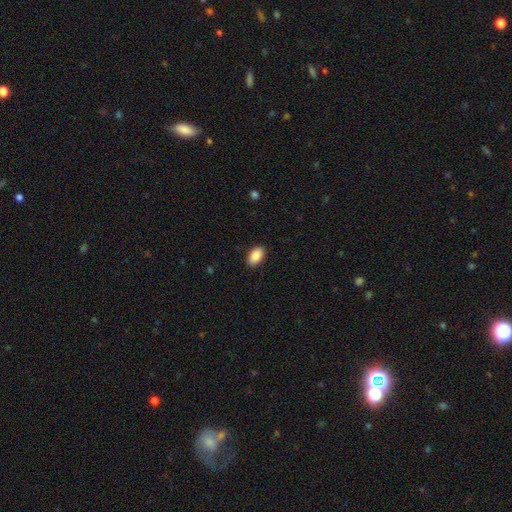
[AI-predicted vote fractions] smooth-or-featured: smooth: 89% | star or artifact: 7% | featured or disk: 4%
  how-rounded: in between: 93% | round: 5% | cigar-shaped: 2%
  merging: none: 90% | minor disturbance: 7% | major disturbance: 2% | merger: 1%